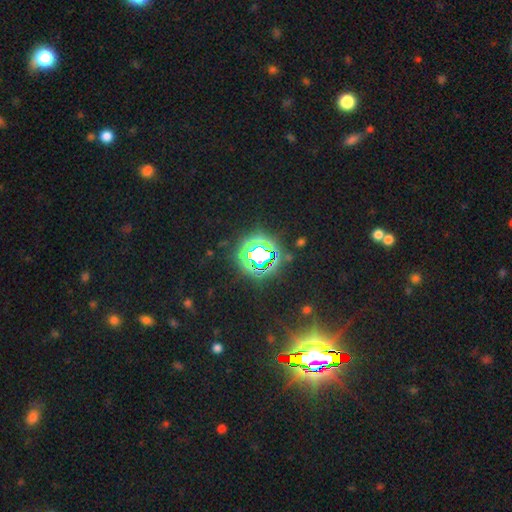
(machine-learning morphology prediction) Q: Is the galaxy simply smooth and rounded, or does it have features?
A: star or artifact — 81%.